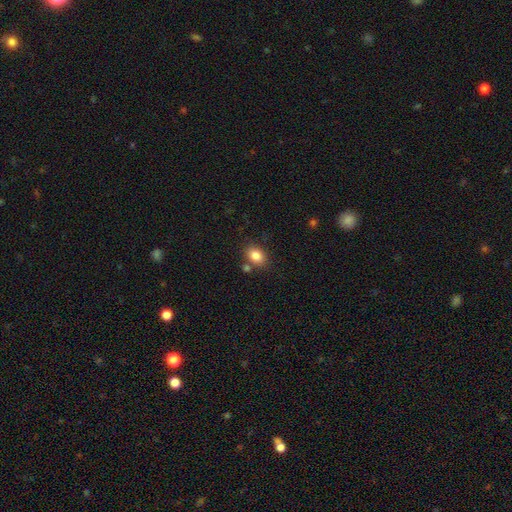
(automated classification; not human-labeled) A smooth galaxy with no disk features (84%) that is in between round and cigar-shaped (73%).

Vote fractions:
- Smooth or featured? smooth: 84% / star or artifact: 9% / featured or disk: 7%
- How rounded? in between: 73% / round: 26% / cigar-shaped: 1%
- Merging? none: 74% / minor disturbance: 12% / merger: 11% / major disturbance: 3%